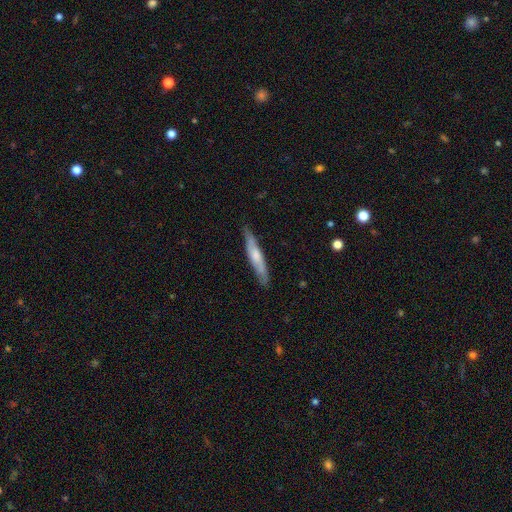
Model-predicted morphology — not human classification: Q: Smooth or featured?
A: smooth (50%); runner-up: featured or disk (45%)
Q: Merging?
A: none (83%); runner-up: minor disturbance (13%)